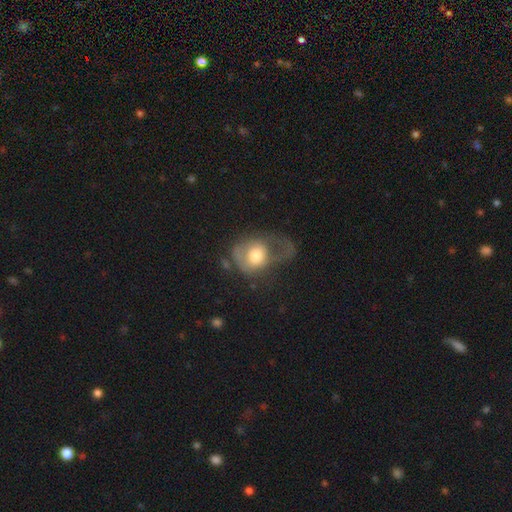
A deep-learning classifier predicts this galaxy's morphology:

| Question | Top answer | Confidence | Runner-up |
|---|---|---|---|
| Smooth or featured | smooth | 57% | featured or disk (35%) |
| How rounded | round | 57% | in between (42%) |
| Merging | major disturbance | 59% | none (19%) |